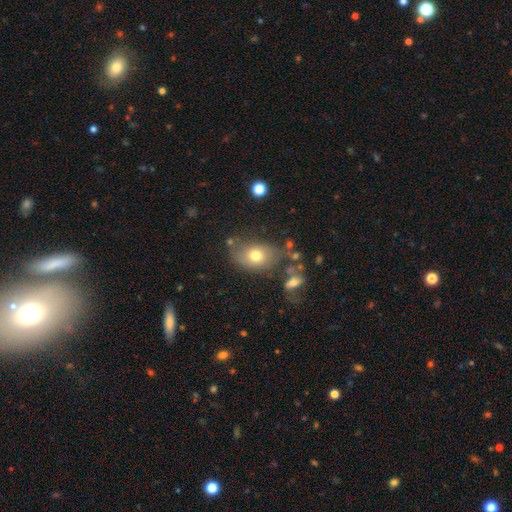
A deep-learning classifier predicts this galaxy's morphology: This is likely a smooth galaxy (71%). How rounded: likely in between (77%). Merging: possibly none (60%).